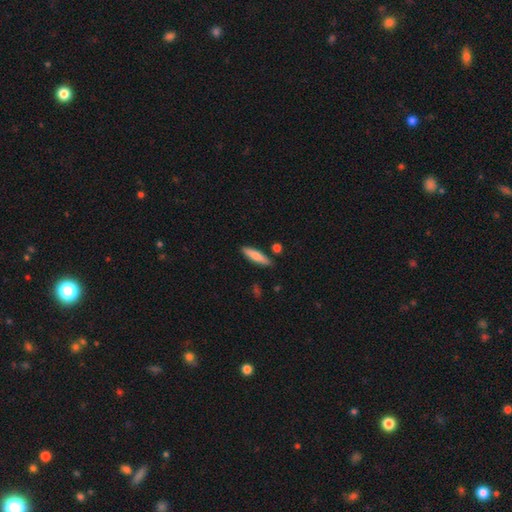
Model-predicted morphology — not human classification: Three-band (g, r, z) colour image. It shows a smooth galaxy with no disk features (74%) that is cigar-shaped (77%). Merging: none (85%).